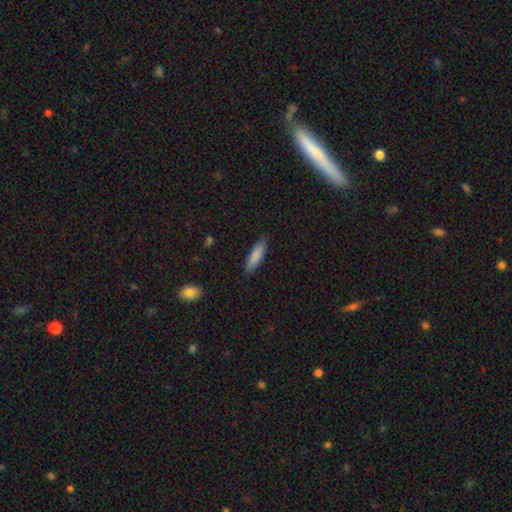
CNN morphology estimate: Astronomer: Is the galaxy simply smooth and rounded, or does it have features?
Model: smooth — 86%.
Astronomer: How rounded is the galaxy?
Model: cigar-shaped — 61% (runner-up: in between, 38%).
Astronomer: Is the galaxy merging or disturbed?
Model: none — 86%.